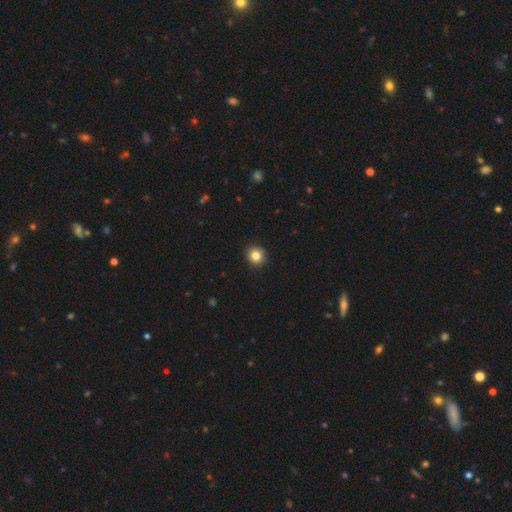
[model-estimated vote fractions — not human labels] smooth_or_featured: smooth (p=0.84) [alt: star or artifact p=0.11]
how_rounded: round (p=0.90) [alt: in between p=0.09]
merging: none (p=0.91) [alt: minor disturbance p=0.06]